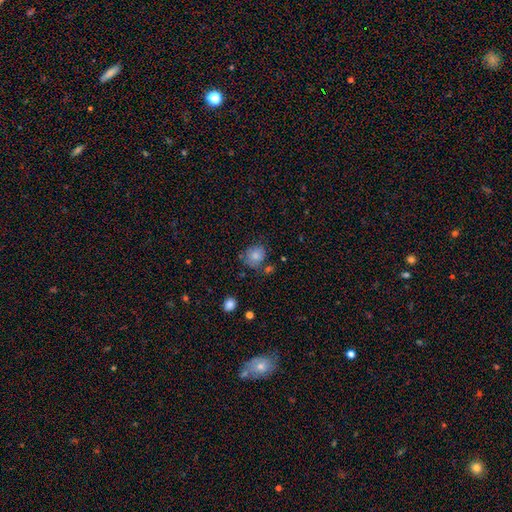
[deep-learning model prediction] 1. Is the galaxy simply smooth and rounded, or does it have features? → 77% smooth, 14% featured or disk, 9% star or artifact.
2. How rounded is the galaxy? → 73% round, 26% in between, 1% cigar-shaped.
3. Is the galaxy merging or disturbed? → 61% none, 23% minor disturbance, 9% merger, 7% major disturbance.